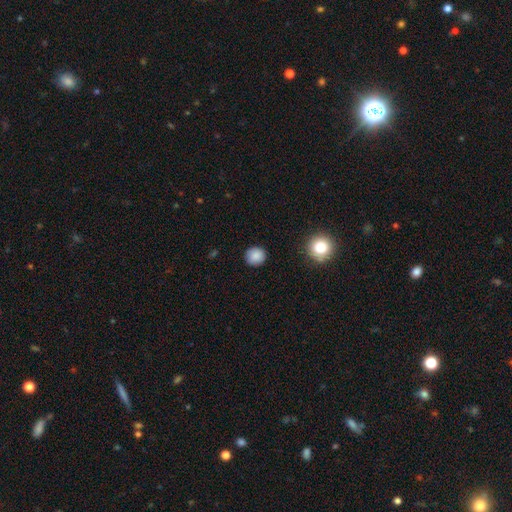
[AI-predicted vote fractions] Morphology: type=smooth (87%); roundness=round (92%); merging=none (89%).